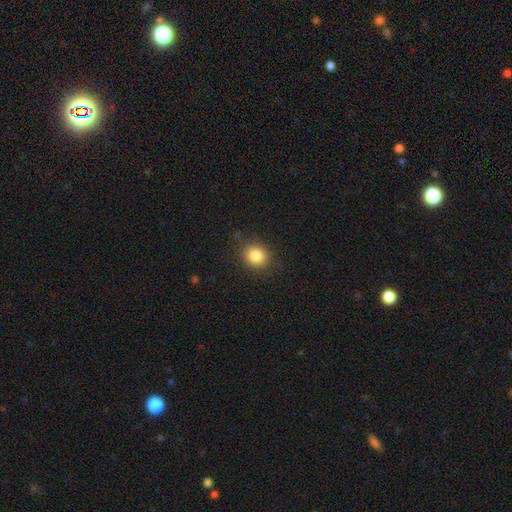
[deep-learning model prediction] Smooth or featured? smooth (84%)
How rounded? round (71%)
Merging? none (86%)